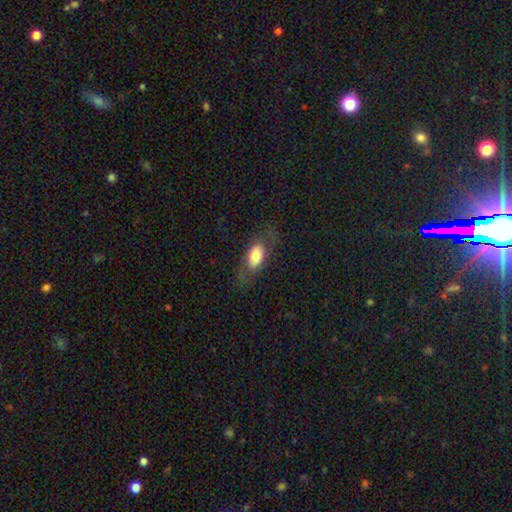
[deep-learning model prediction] A smooth galaxy with no disk features (68%) that is in between round and cigar-shaped (85%). Merging: none (71%).